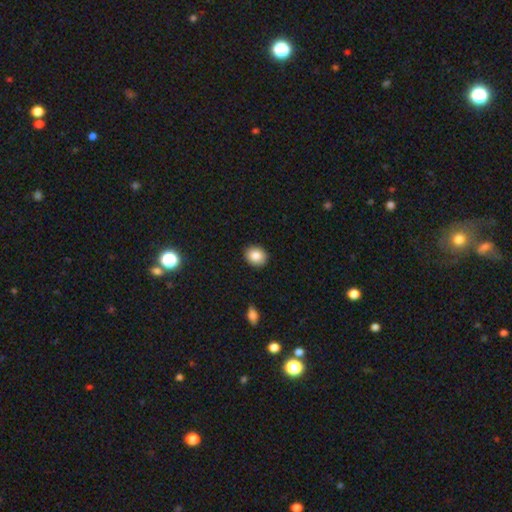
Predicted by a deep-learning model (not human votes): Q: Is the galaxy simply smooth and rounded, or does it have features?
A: smooth — 86%.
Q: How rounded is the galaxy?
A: round — 58%.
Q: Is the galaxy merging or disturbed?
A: none — 91%.